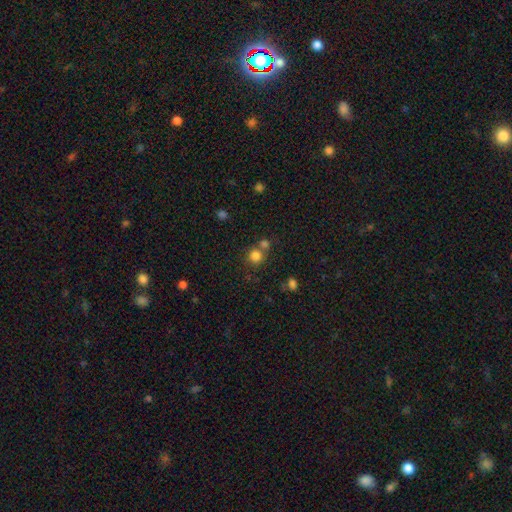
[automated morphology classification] Q: Smooth or featured?
A: smooth (81%); runner-up: star or artifact (13%)
Q: How rounded?
A: round (90%); runner-up: in between (9%)
Q: Merging?
A: none (62%); runner-up: merger (27%)